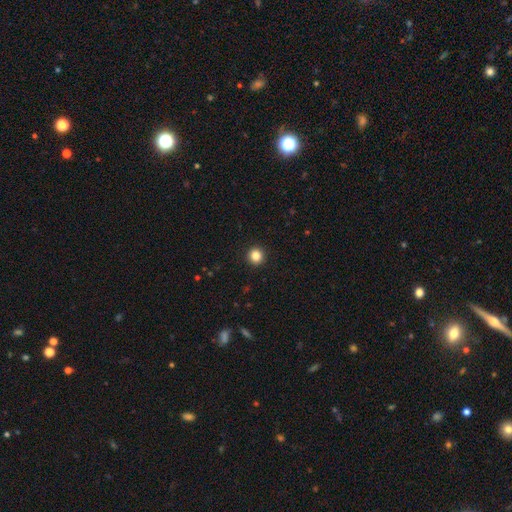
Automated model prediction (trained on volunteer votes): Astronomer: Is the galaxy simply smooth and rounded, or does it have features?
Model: smooth — 84%.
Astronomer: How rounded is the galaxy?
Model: round — 94%.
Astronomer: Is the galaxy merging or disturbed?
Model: none — 93%.